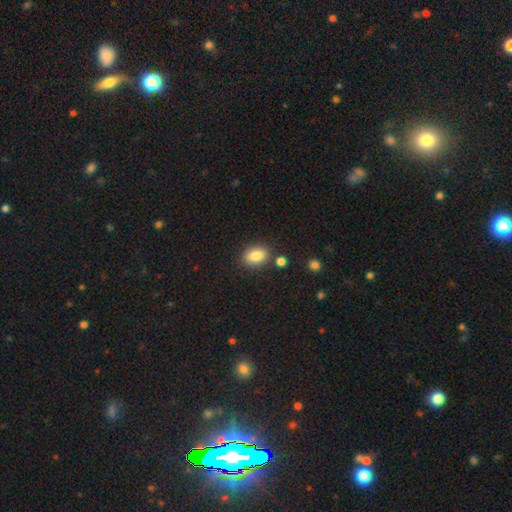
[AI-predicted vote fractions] smooth-or-featured: smooth: 86% | star or artifact: 8% | featured or disk: 6%
  how-rounded: in between: 84% | round: 14% | cigar-shaped: 2%
  merging: none: 79% | minor disturbance: 12% | merger: 7% | major disturbance: 3%